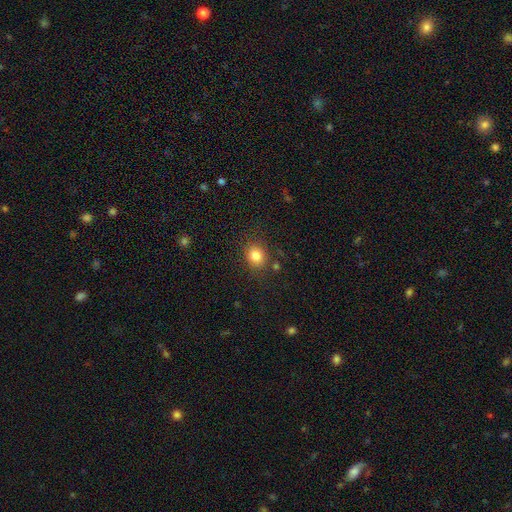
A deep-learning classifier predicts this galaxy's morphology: A smooth galaxy with no disk features (83%) that is round (67%).

Vote fractions:
- Smooth or featured? smooth: 83% / star or artifact: 11% / featured or disk: 6%
- How rounded? round: 67% / in between: 32% / cigar-shaped: 1%
- Merging? none: 81% / minor disturbance: 11% / merger: 4% / major disturbance: 4%